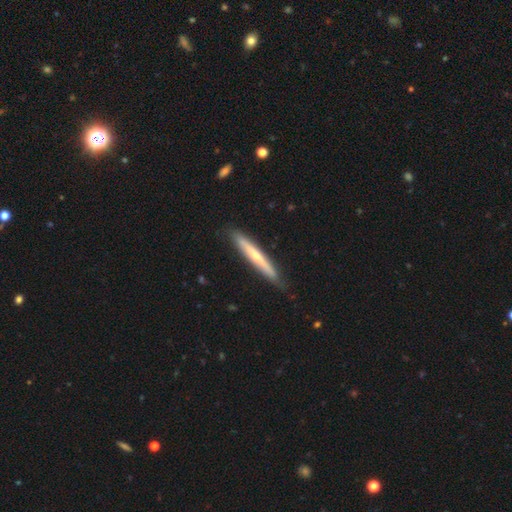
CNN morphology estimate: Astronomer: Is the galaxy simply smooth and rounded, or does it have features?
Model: featured or disk — 50% (runner-up: smooth, 45%).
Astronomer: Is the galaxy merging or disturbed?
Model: none — 86%.